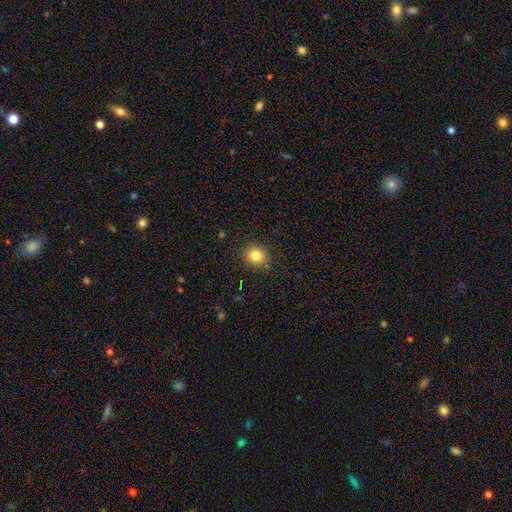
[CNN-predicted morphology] Smooth or featured: smooth — 82% (star or artifact — 11%)
How rounded: round — 78% (in between — 21%)
Merging: none — 89% (minor disturbance — 8%)